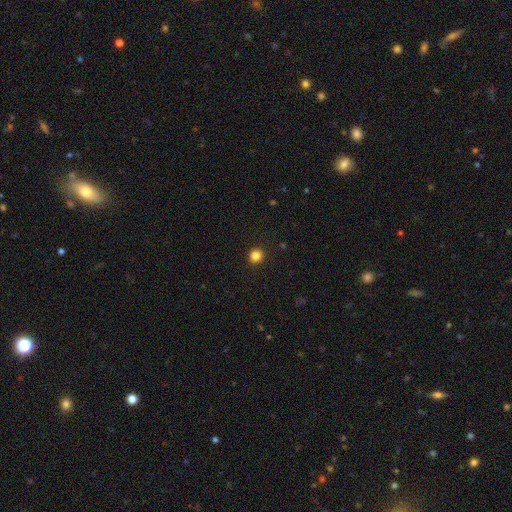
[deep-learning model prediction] smooth 84%, star or artifact 12%, featured or disk 4%. Down the decision tree: how rounded — round (94%); merging — none (93%).